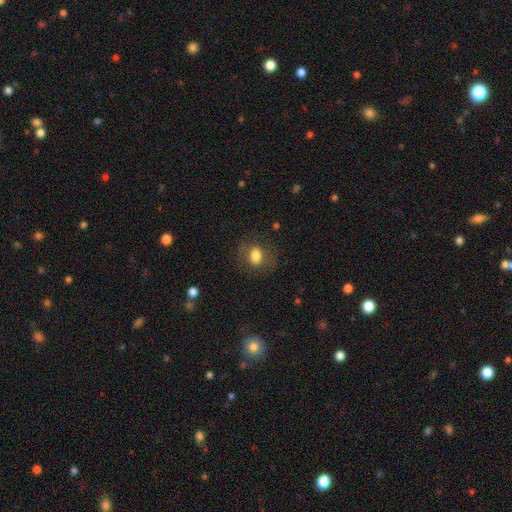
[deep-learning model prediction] Morphology: type=smooth (76%); roundness=in between (61%); merging=none (76%).